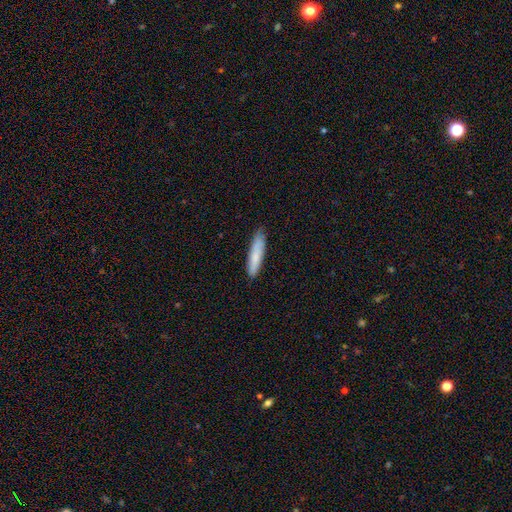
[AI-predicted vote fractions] Morphology: type=smooth (80%); roundness=cigar-shaped (85%); merging=none (85%).